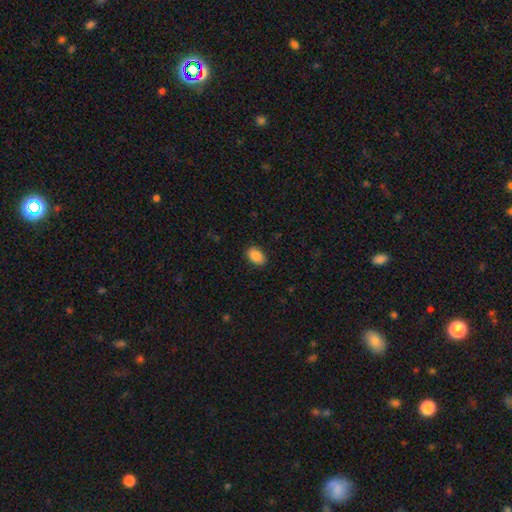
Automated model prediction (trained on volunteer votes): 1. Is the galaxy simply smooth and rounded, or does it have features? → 88% smooth, 7% star or artifact, 4% featured or disk.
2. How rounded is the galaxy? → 87% in between, 12% round, 1% cigar-shaped.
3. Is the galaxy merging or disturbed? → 88% none, 9% minor disturbance, 2% major disturbance, 1% merger.